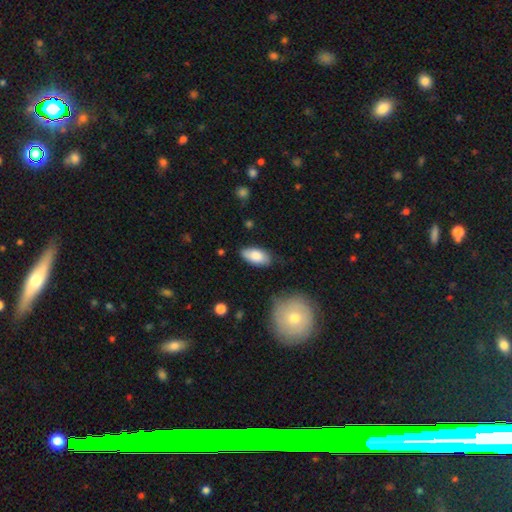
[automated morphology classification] The model was most divided on "merging": none: 77%, minor disturbance: 17%, major disturbance: 3%, merger: 2%. More confident: how rounded — in between (91%); smooth or featured — smooth (81%).